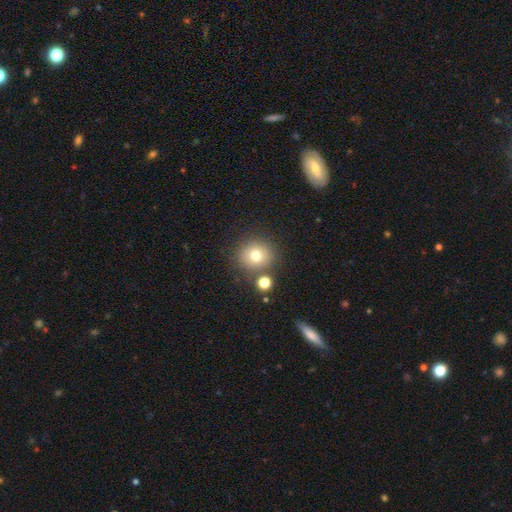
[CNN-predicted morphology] This is likely a smooth galaxy (74%). How rounded: clearly round (88%). Merging: likely none (77%).